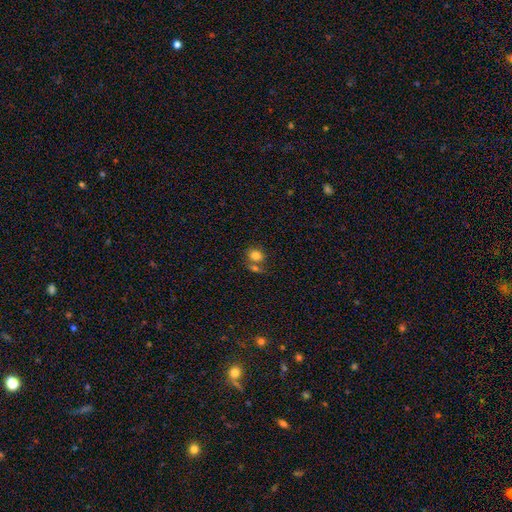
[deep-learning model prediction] This appears to be a smooth galaxy with no disk features (80%) that is round (58%). Merging: none (49%).